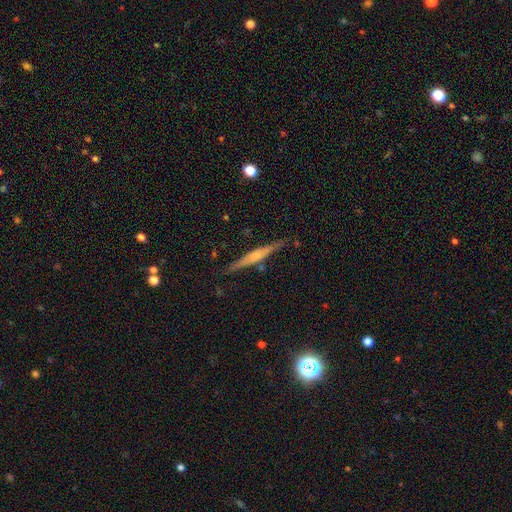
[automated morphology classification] This appears to be a featured or disk galaxy (63%) viewed edge-on (97%) with a rounded central bulge (55%). Merging: none (85%).